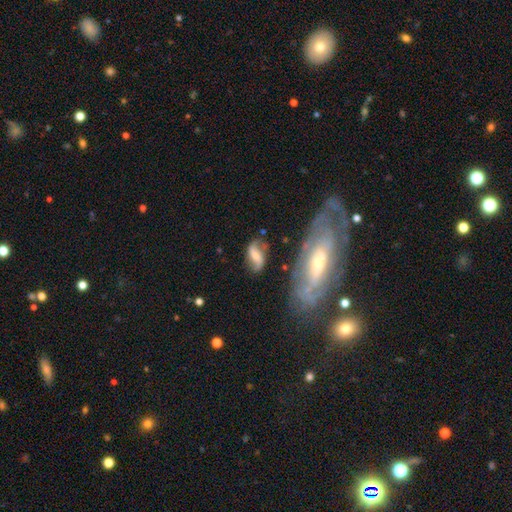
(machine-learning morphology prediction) The model was most divided on "bulge size": moderate: 42%, small: 41%, none: 10%, large: 5%, dominant: 2%. Remaining: edge-on disk — no (92%); spiral arm count — 2 (89%); spiral arms — yes (86%); merging — none (66%); spiral winding — loose (66%); smooth or featured — featured or disk (63%); bar — weak (40%).